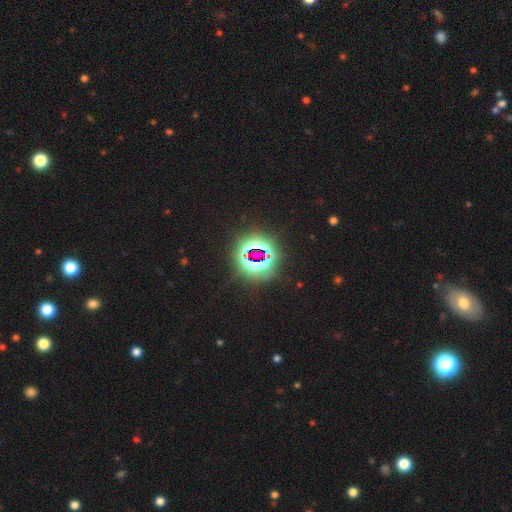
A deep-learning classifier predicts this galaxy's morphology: This appears to be a star or artifact, not a galaxy (80%).